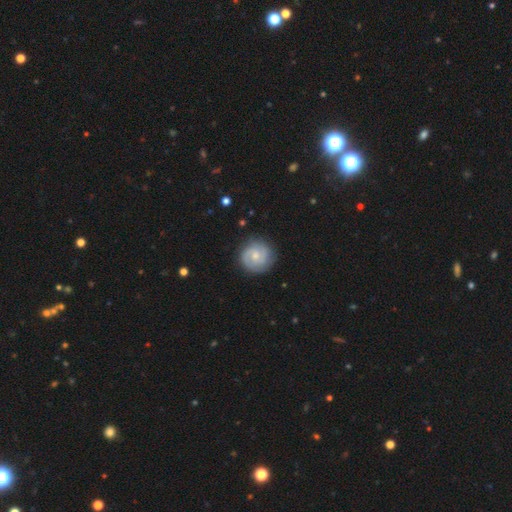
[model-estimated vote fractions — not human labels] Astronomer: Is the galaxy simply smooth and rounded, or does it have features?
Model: featured or disk — 66%.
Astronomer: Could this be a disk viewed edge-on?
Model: no — 98%.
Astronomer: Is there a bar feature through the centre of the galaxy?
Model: no — 59% (runner-up: weak, 37%).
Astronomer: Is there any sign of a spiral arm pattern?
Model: yes — 91%.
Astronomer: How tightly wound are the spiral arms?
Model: tight — 53% (runner-up: medium, 36%).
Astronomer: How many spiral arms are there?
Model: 2 — 65%.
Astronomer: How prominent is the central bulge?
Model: small — 55% (runner-up: moderate, 39%).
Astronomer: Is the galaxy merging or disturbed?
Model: none — 84%.